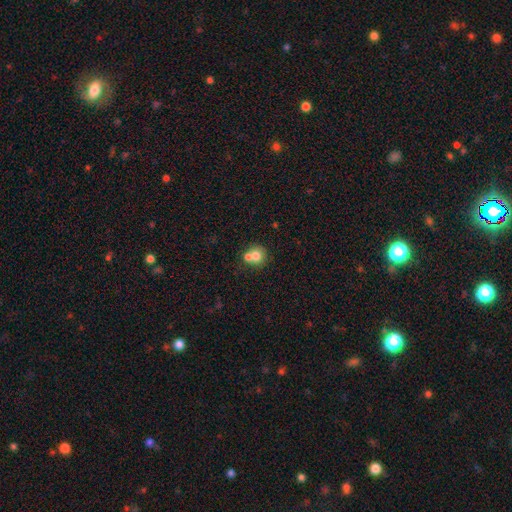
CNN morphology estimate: smooth 73%, featured or disk 17%, star or artifact 10%. Down the decision tree: how rounded — round (82%); merging — merger (52%).